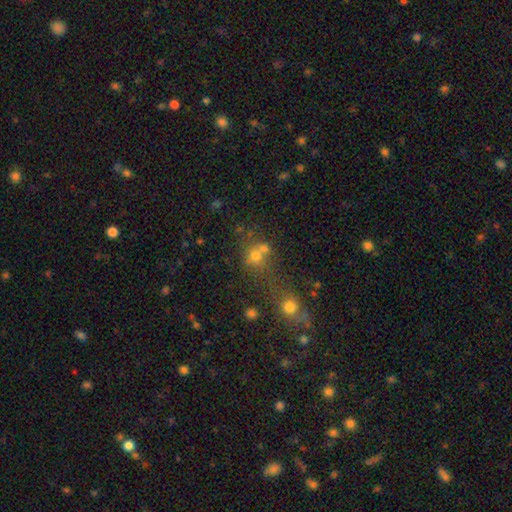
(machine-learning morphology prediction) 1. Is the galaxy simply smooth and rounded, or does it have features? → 66% smooth, 21% star or artifact, 13% featured or disk.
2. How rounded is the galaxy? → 81% round, 18% in between, 1% cigar-shaped.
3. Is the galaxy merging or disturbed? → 43% merger, 41% none, 9% minor disturbance, 7% major disturbance.